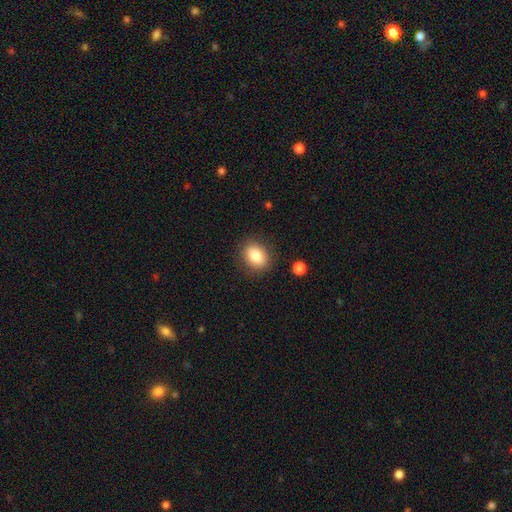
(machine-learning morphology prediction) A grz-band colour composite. It shows a smooth galaxy with no disk features (83%) that is in between round and cigar-shaped (58%). Merging: none (86%).